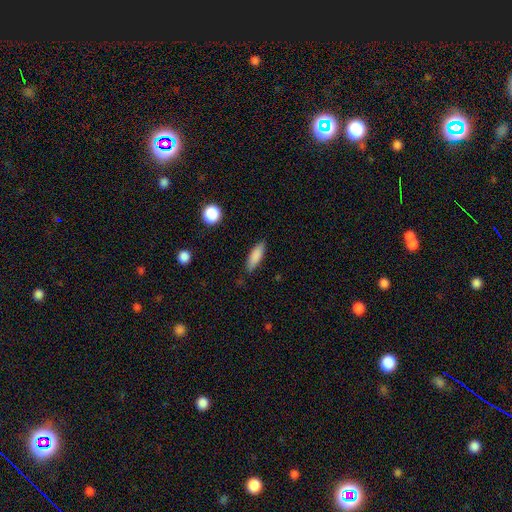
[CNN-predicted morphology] Smooth or featured? smooth (85%)
How rounded? cigar-shaped (50%)
Merging? none (82%)